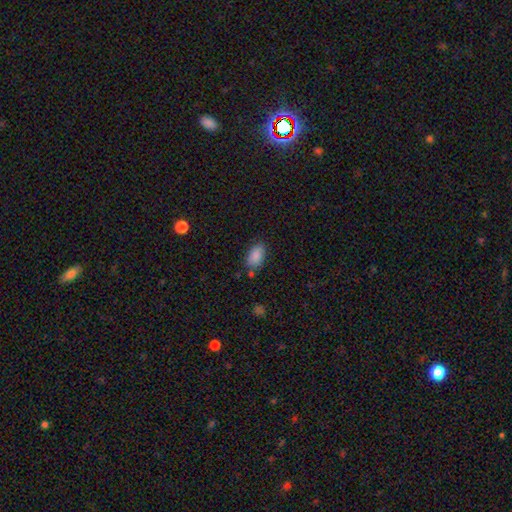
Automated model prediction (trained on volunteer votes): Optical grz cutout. It shows a smooth galaxy with no disk features (87%) that is in between round and cigar-shaped (92%). Merging: none (76%).